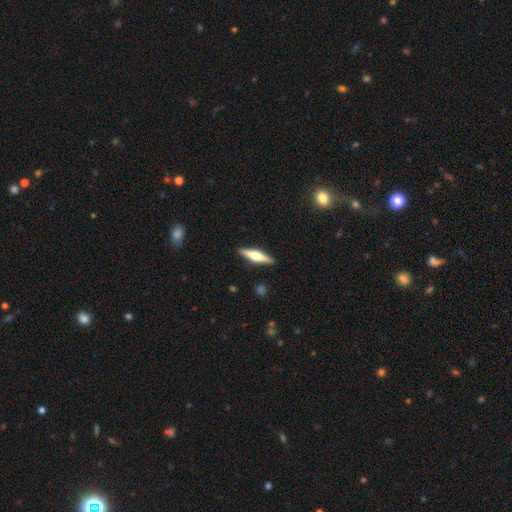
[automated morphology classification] Smooth or featured? Predicted: featured or disk (p=0.62). Edge-on disk? Predicted: yes (p=0.97). Edge-on bulge? Predicted: rounded (p=0.90). Merging? Predicted: none (p=0.91).